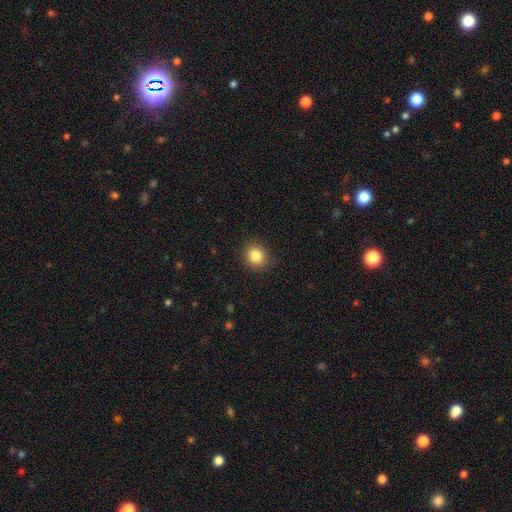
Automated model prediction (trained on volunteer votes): smooth 84%, star or artifact 10%, featured or disk 6%. Down the decision tree: how rounded — round (89%); merging — none (91%).